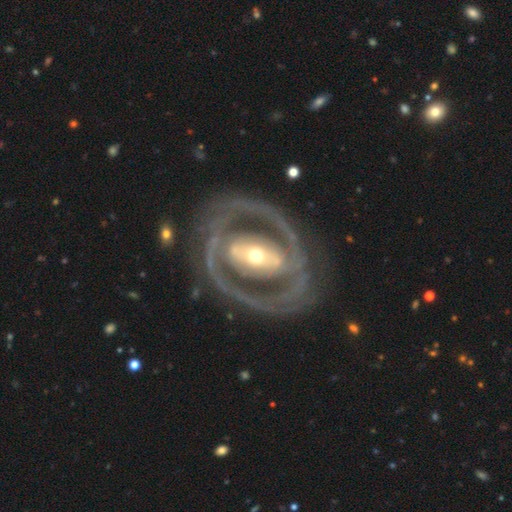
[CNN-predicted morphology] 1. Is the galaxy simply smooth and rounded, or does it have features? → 83% featured or disk, 12% smooth, 5% star or artifact.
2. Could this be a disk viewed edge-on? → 95% no, 5% yes.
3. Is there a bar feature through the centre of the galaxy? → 47% strong, 28% no, 25% weak.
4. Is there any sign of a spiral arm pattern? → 65% yes, 35% no.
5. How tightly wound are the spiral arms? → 48% tight, 37% medium, 16% loose.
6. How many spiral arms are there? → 73% 2, 13% can't tell, 5% 1, 4% 3, 2% 4, 2% more than 4.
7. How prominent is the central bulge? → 58% moderate, 32% small, 8% large, 1% dominant, 1% none.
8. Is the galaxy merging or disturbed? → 71% none, 14% minor disturbance, 13% major disturbance, 2% merger.